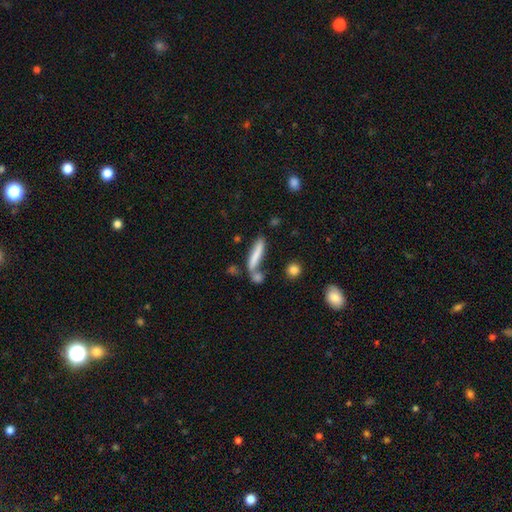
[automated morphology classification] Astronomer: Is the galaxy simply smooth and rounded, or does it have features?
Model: smooth — 72%.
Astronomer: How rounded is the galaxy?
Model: cigar-shaped — 84%.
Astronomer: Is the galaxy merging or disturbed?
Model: none — 52% (runner-up: merger, 28%).